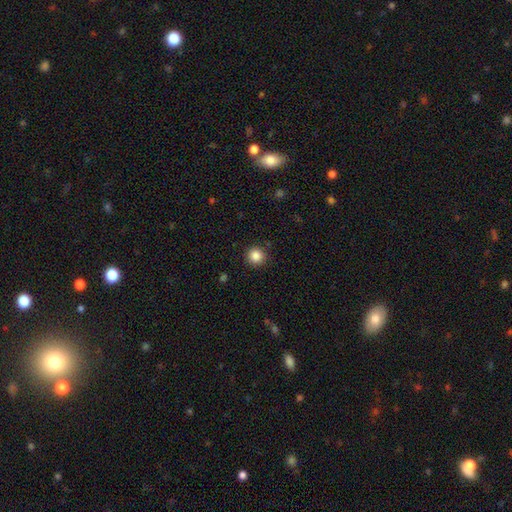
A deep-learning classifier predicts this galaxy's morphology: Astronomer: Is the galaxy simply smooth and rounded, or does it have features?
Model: smooth — 86%.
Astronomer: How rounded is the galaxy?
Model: round — 94%.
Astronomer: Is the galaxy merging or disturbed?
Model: none — 91%.